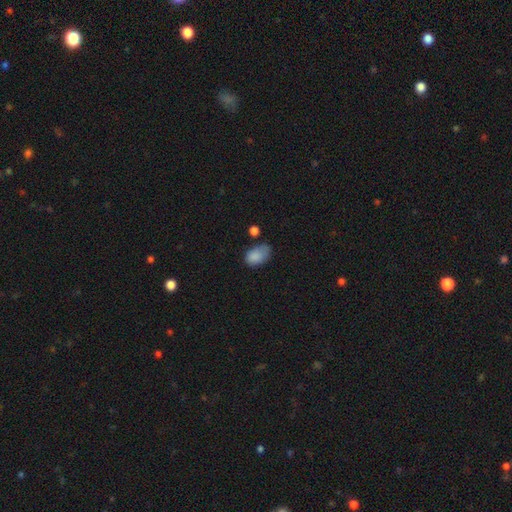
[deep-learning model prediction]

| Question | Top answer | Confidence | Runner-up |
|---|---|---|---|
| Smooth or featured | smooth | 83% | star or artifact (9%) |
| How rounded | in between | 86% | round (12%) |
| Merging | none | 41% | minor disturbance (36%) |